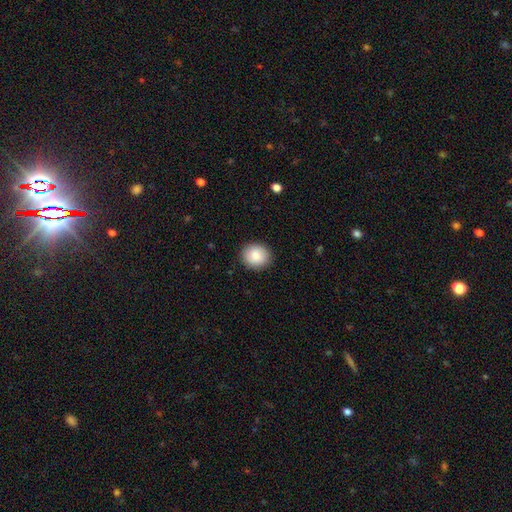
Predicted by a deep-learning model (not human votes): Smooth or featured?
  - smooth: 86% *
  - star or artifact: 7%
  - featured or disk: 7%
How rounded?
  - round: 82% *
  - in between: 17%
  - cigar-shaped: 1%
Merging?
  - none: 90% *
  - minor disturbance: 7%
  - major disturbance: 2%
  - merger: 1%